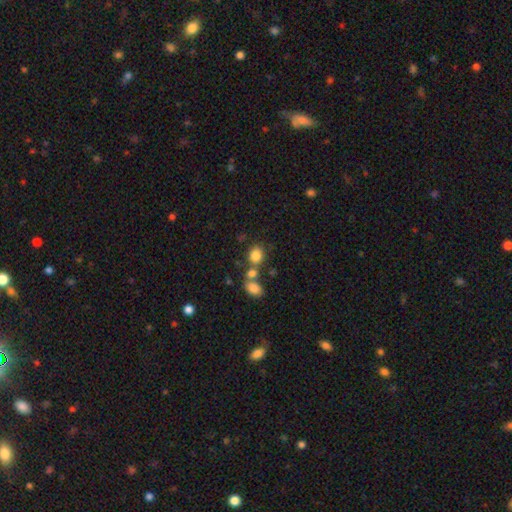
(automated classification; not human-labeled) Smooth or featured? smooth (82%)
How rounded? round (64%)
Merging? none (55%)